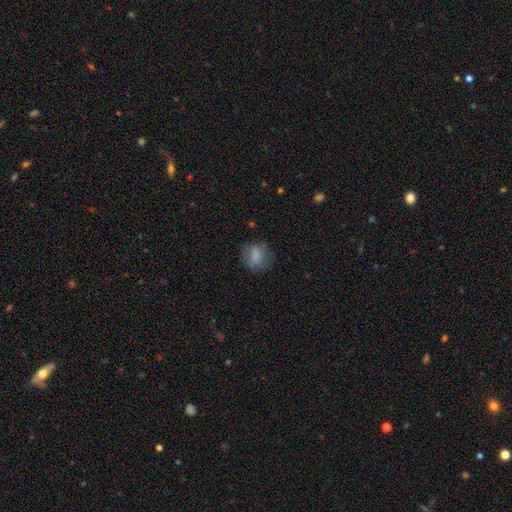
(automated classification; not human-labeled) This appears to be a smooth galaxy with no disk features (74%) that is round (49%). Merging: none (65%).